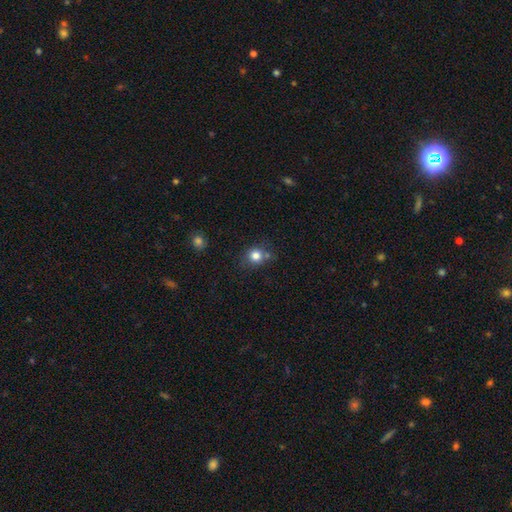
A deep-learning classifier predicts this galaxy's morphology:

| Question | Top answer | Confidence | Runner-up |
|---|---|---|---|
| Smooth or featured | smooth | 81% | star or artifact (12%) |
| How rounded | round | 84% | in between (16%) |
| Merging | none | 66% | minor disturbance (15%) |